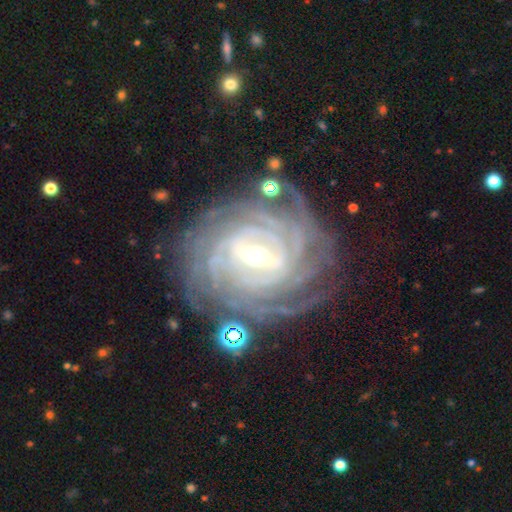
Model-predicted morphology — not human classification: The model was most divided on "spiral arm count": 4: 31%, more than 4: 25%, can't tell: 19%, 3: 11%, 2: 8%, 1: 6%. More confident: spiral arms — yes (98%); edge-on disk — no (97%); smooth or featured — featured or disk (92%); spiral winding — tight (84%); merging — none (79%); bar — strong (53%); bulge size — moderate (52%).